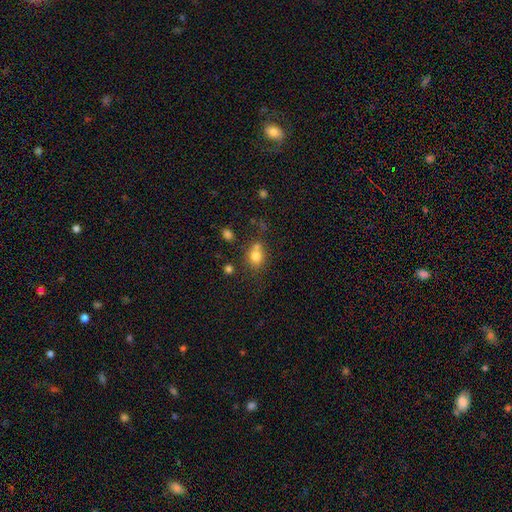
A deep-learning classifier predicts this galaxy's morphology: type=smooth (77%); roundness=round (59%); merging=none (50%).